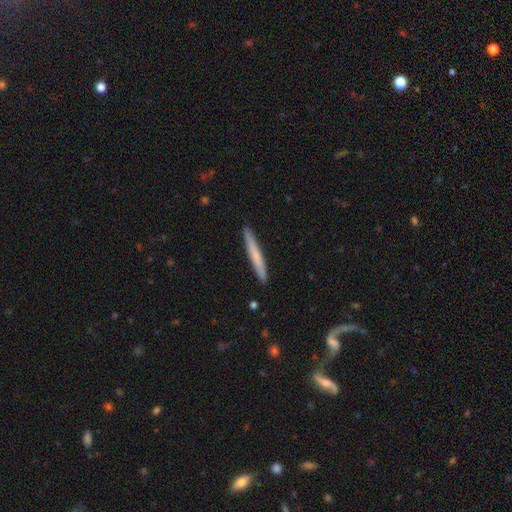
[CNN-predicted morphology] smooth 62%, featured or disk 33%, star or artifact 5%. Down the decision tree: how rounded — cigar-shaped (97%); merging — none (91%).